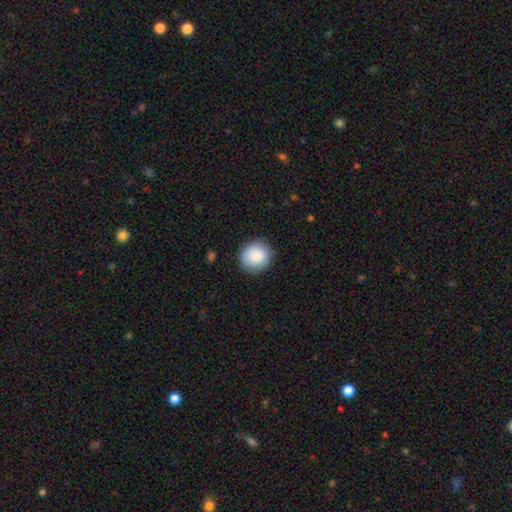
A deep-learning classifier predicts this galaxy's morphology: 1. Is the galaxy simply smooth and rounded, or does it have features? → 87% smooth, 7% star or artifact, 6% featured or disk.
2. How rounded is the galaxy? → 91% round, 8% in between, 1% cigar-shaped.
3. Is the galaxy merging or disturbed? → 87% none, 10% minor disturbance, 2% major disturbance, 1% merger.